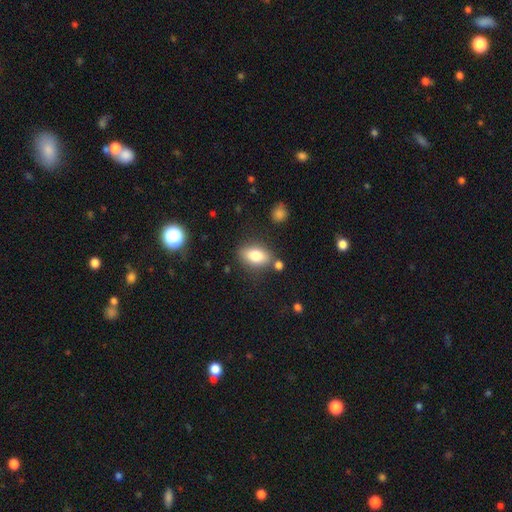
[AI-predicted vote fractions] This is likely a smooth galaxy (79%). How rounded: clearly in between (85%). Merging: likely none (77%).